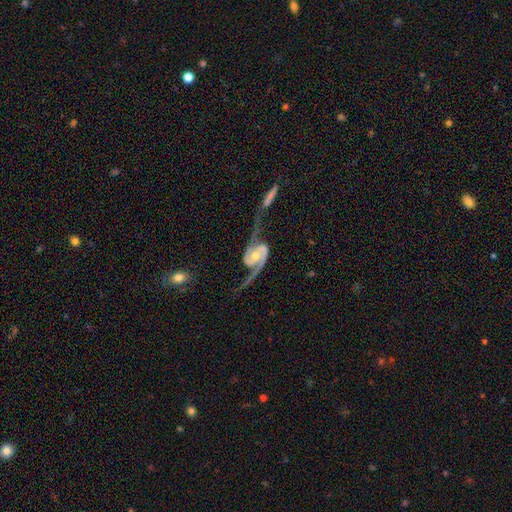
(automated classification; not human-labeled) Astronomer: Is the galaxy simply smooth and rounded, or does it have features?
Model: featured or disk — 93%.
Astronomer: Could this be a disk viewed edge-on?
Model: no — 97%.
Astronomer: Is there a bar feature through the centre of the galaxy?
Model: no — 54% (runner-up: weak, 31%).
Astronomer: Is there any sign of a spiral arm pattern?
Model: yes — 98%.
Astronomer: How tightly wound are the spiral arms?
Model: loose — 45% (runner-up: medium, 40%).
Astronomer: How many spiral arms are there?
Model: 2 — 93%.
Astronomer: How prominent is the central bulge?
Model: moderate — 63%.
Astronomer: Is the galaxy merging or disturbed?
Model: none — 42% (runner-up: major disturbance, 22%).